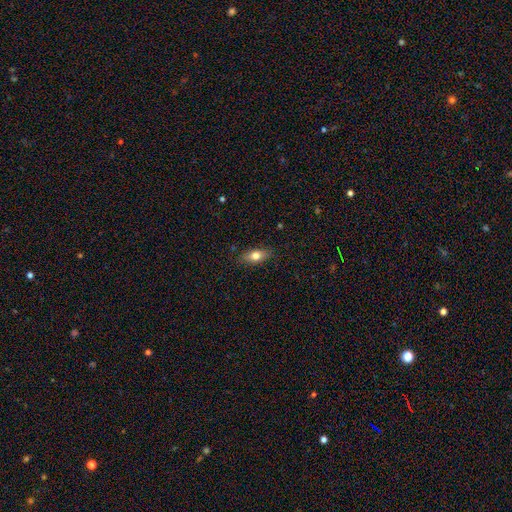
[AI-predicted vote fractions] The model was most divided on "smooth or featured": smooth: 71%, featured or disk: 21%, star or artifact: 8%. More confident: merging — none (86%); how rounded — in between (77%).